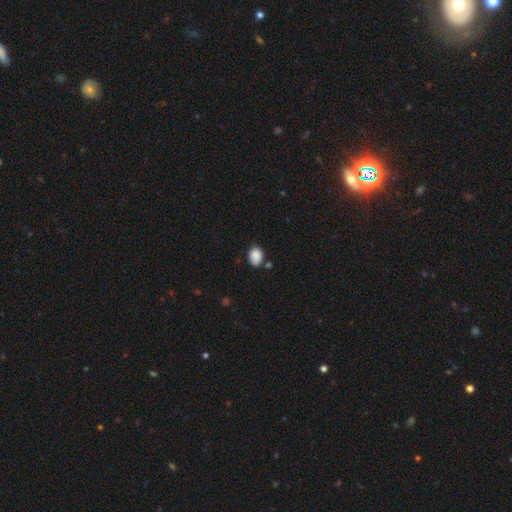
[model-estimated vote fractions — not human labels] Overall: smooth (88%). How rounded: in between (70%). Merging: none (72%).